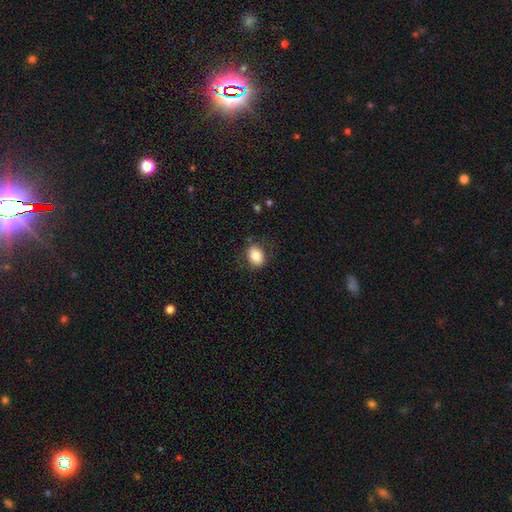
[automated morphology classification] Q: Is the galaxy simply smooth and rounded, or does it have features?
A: smooth — 83%.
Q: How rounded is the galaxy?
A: in between — 70%.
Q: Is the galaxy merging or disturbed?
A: none — 80%.